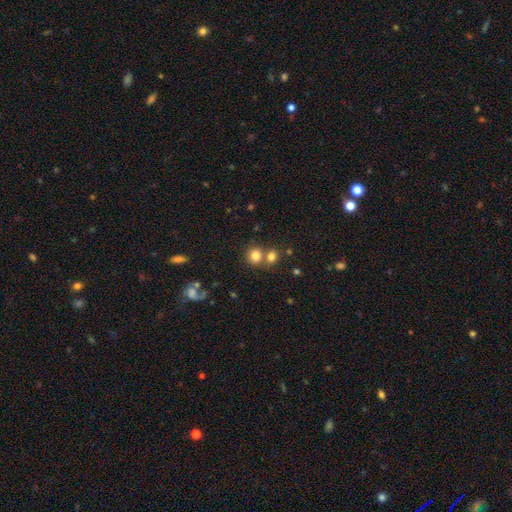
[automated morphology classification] Smooth or featured: smooth — 80% (star or artifact — 12%)
How rounded: round — 78% (in between — 21%)
Merging: none — 54% (merger — 34%)